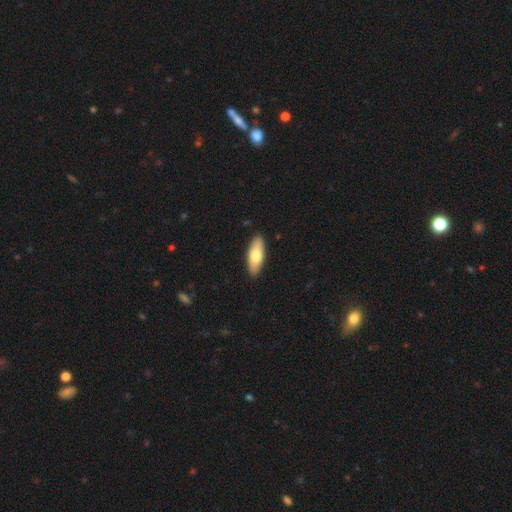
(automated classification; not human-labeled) This appears to be a smooth galaxy with no disk features (72%) that is in between round and cigar-shaped (72%). Merging: none (90%).